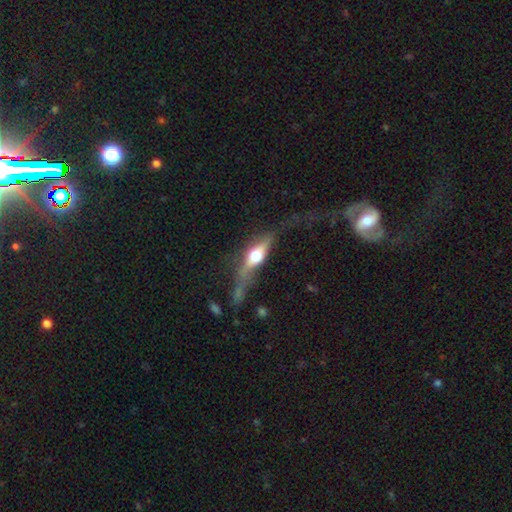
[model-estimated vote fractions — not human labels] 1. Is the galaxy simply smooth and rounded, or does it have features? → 58% featured or disk, 35% smooth, 7% star or artifact.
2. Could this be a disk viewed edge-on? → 84% yes, 16% no.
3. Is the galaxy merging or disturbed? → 50% none, 23% minor disturbance, 21% major disturbance, 6% merger.